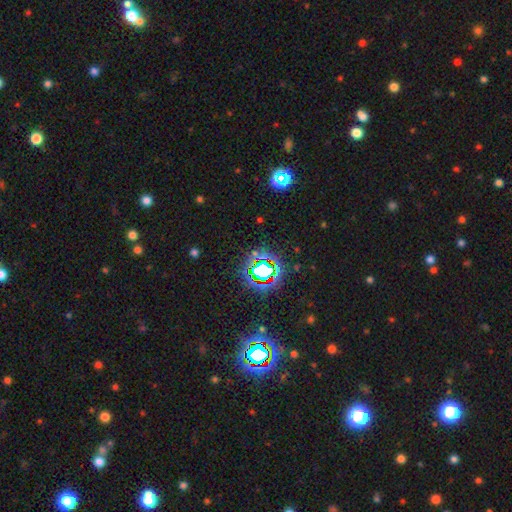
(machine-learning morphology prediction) smooth_or_featured: star or artifact (p=0.76) [alt: smooth p=0.14]